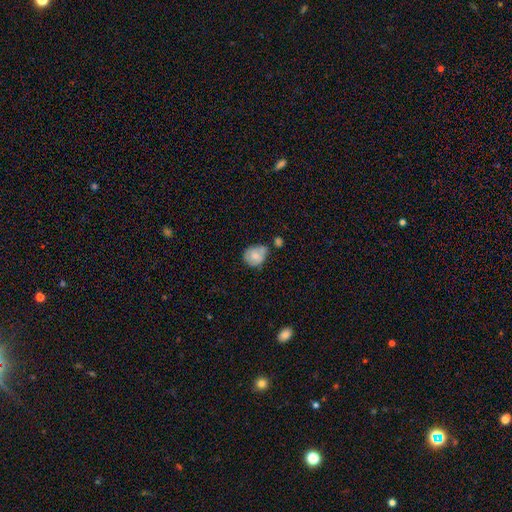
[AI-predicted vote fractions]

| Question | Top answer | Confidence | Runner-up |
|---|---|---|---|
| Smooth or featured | smooth | 69% | featured or disk (23%) |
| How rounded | round | 68% | in between (31%) |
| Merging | none | 47% | minor disturbance (29%) |